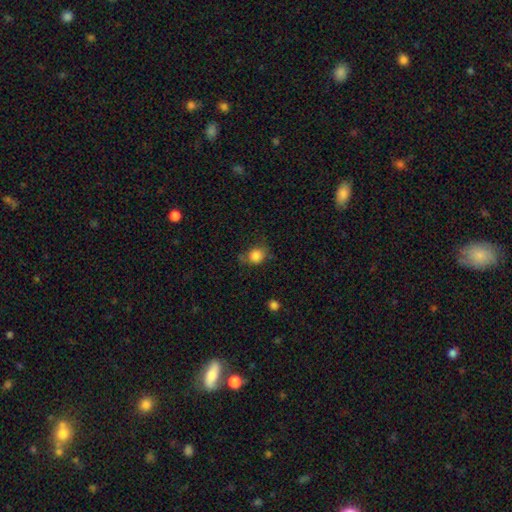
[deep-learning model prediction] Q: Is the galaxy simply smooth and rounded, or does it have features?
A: smooth — 82%.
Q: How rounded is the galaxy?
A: round — 67%.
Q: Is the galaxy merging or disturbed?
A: none — 55%.